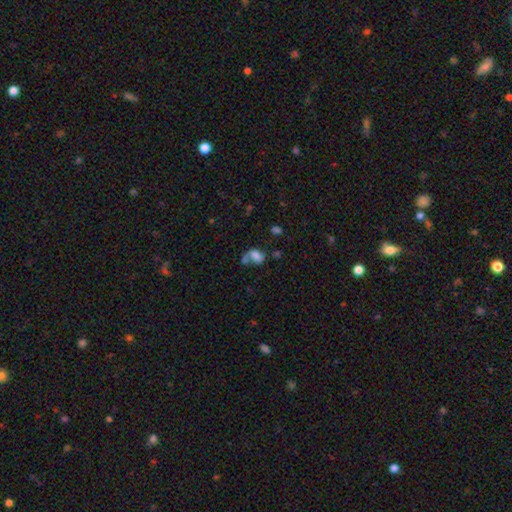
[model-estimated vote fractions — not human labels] Smooth or featured: smooth — 66% (featured or disk — 21%)
How rounded: in between — 79% (round — 20%)
Merging: merger — 39% (none — 28%)